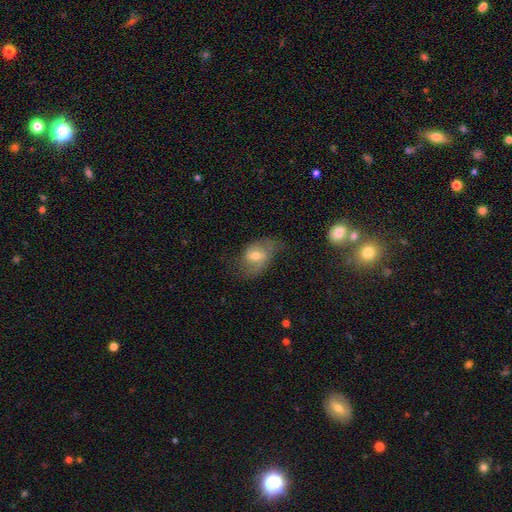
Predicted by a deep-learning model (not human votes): smooth_or_featured: featured or disk (p=0.51) [alt: smooth p=0.40]
disk_edge_on: no (p=0.94) [alt: yes p=0.06]
merging: none (p=0.52) [alt: minor disturbance p=0.28]